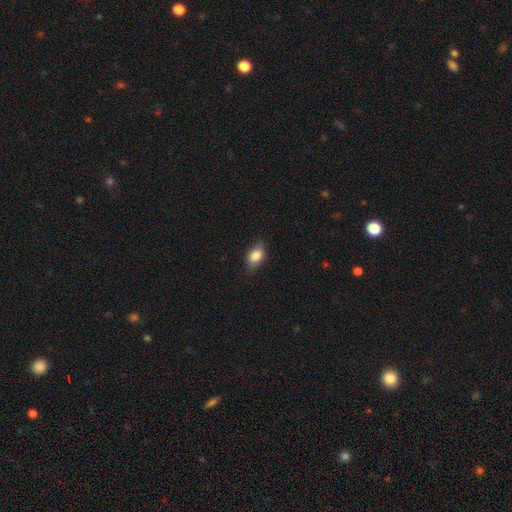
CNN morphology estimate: The model was most divided on "merging": none: 73%, minor disturbance: 21%, major disturbance: 4%, merger: 1%. More confident: how rounded — in between (85%); smooth or featured — smooth (83%).